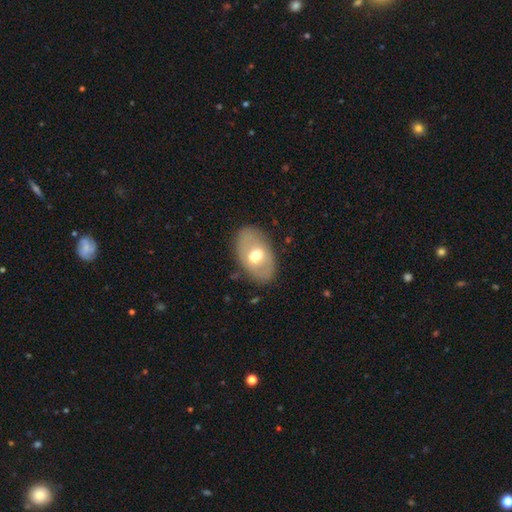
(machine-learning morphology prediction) This is possibly a smooth galaxy (54%). How rounded: clearly in between (87%). Merging: clearly none (82%).